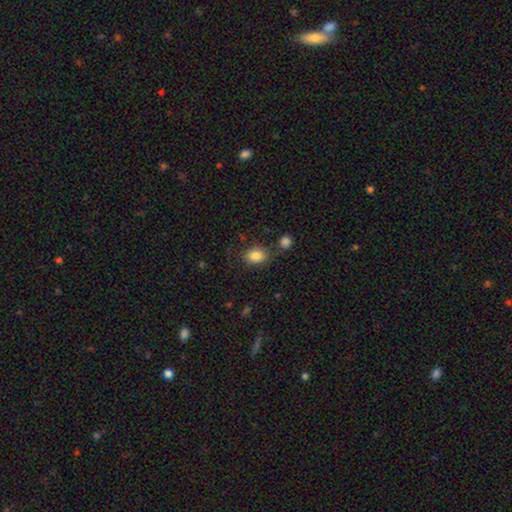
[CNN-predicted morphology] Smooth or featured? Predicted: smooth (p=0.84). How rounded? Predicted: in between (p=0.67). Merging? Predicted: none (p=0.70).